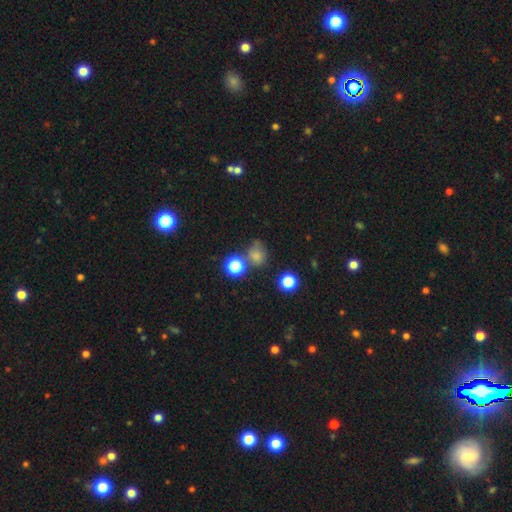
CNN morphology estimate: smooth_or_featured: smooth (p=0.69) [alt: star or artifact p=0.22]
how_rounded: round (p=0.65) [alt: in between p=0.34]
merging: none (p=0.54) [alt: minor disturbance p=0.20]